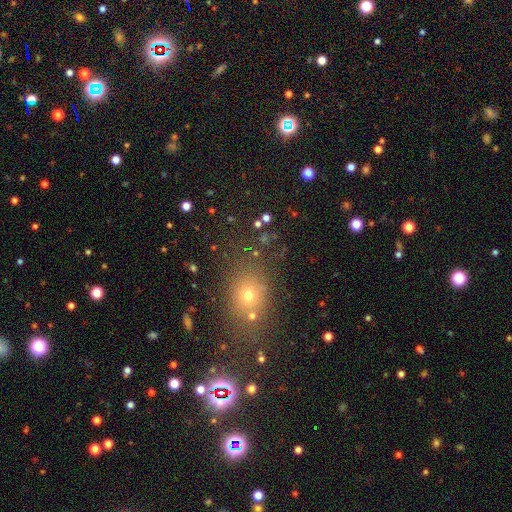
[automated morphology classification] Overall: star or artifact (46%; smooth 43%).